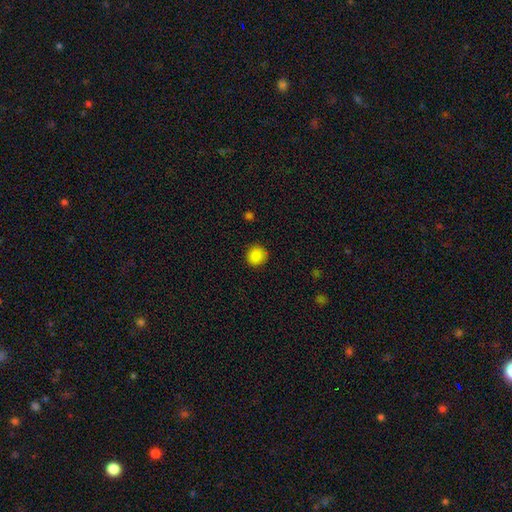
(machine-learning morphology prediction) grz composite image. It shows a smooth galaxy with no disk features (87%) that is round (91%). Merging: none (90%).